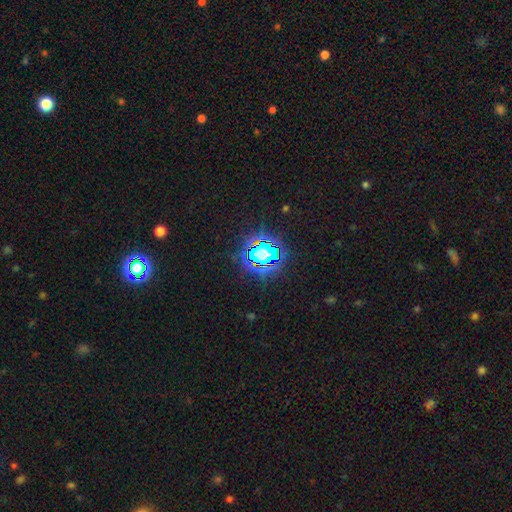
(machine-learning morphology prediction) Q: Smooth or featured?
A: star or artifact (79%); runner-up: smooth (13%)